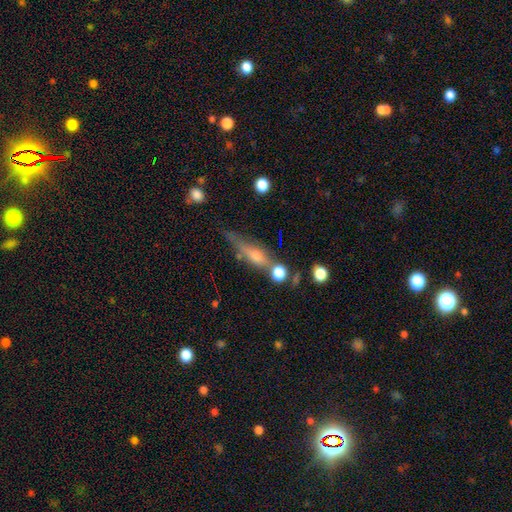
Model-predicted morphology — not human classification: smooth-or-featured: featured or disk: 47% | smooth: 41% | star or artifact: 12%
  merging: none: 51% | minor disturbance: 23% | merger: 14% | major disturbance: 12%